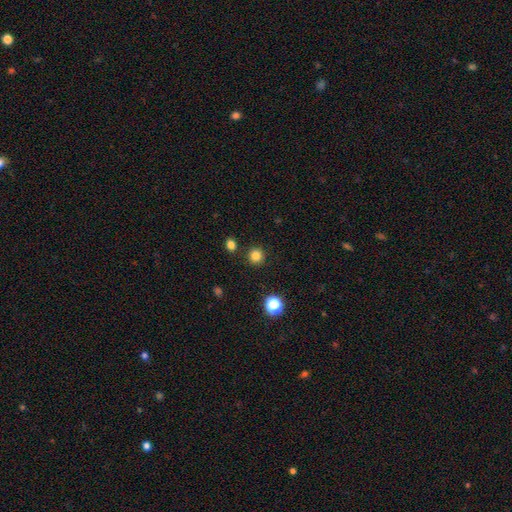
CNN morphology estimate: smooth 81%, star or artifact 14%, featured or disk 4%. Down the decision tree: how rounded — round (94%); merging — none (89%).